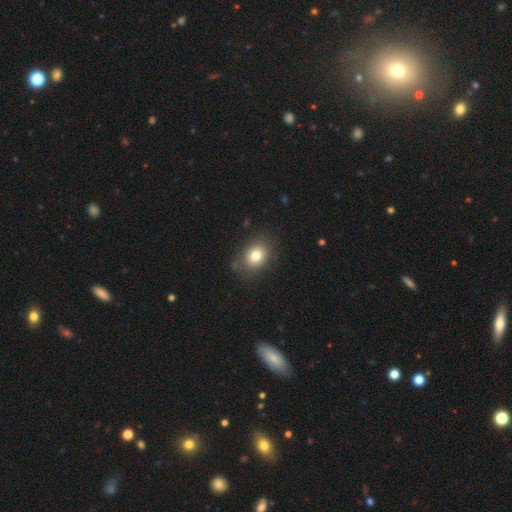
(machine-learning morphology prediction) Smooth or featured: smooth — 80% (star or artifact — 11%)
How rounded: in between — 52% (round — 47%)
Merging: none — 81% (minor disturbance — 13%)